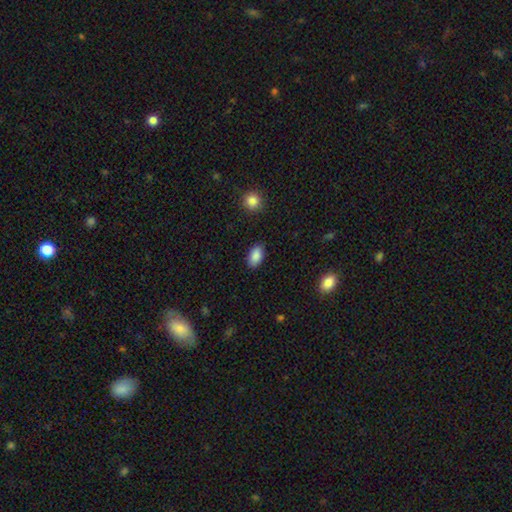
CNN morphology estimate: type=smooth (88%); roundness=in between (92%); merging=none (87%).